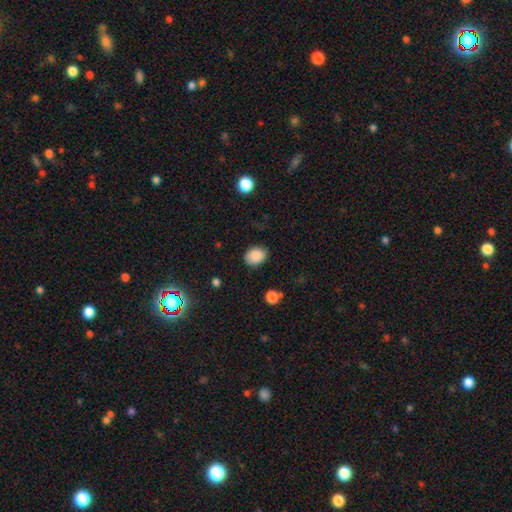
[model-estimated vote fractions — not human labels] This is clearly a smooth galaxy (88%). How rounded: likely in between (60%). Merging: clearly none (83%).